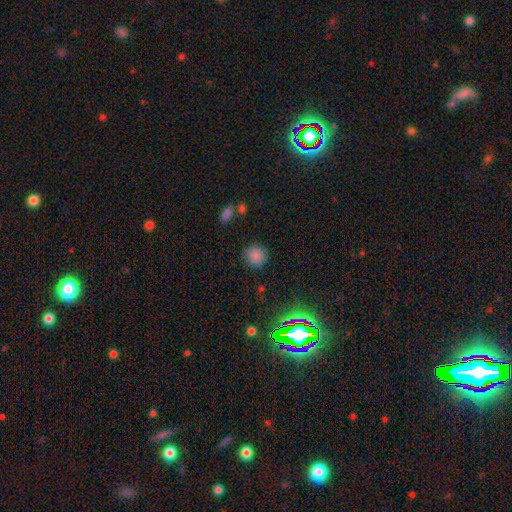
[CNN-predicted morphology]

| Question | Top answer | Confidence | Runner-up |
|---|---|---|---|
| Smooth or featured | smooth | 82% | star or artifact (13%) |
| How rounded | round | 88% | in between (11%) |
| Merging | none | 85% | minor disturbance (10%) |